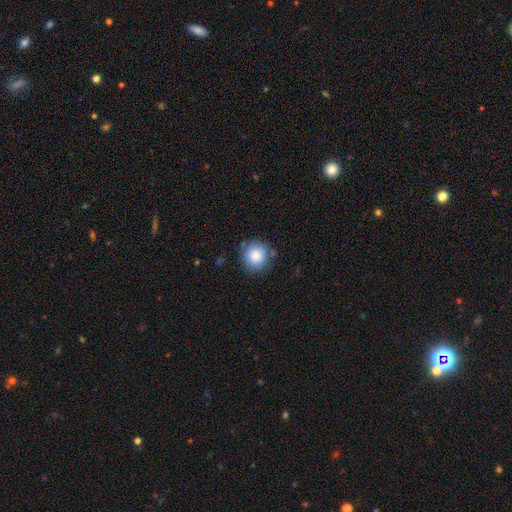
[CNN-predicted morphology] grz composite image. It shows a smooth galaxy with no disk features (84%) that is round (93%). Merging: none (78%).